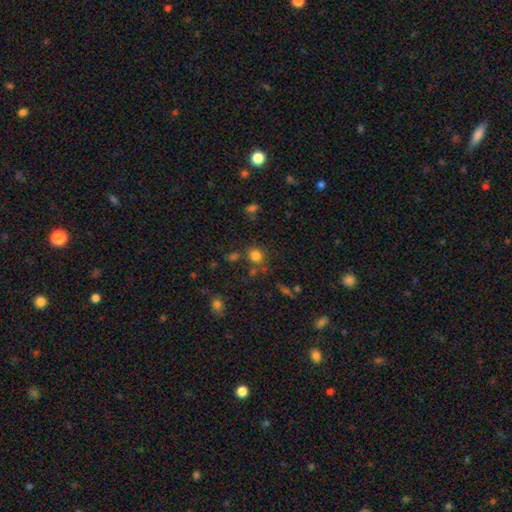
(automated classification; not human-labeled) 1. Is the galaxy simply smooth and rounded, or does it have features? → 78% smooth, 15% star or artifact, 7% featured or disk.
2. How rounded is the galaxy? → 85% round, 14% in between, 1% cigar-shaped.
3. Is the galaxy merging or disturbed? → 71% none, 13% merger, 12% minor disturbance, 5% major disturbance.